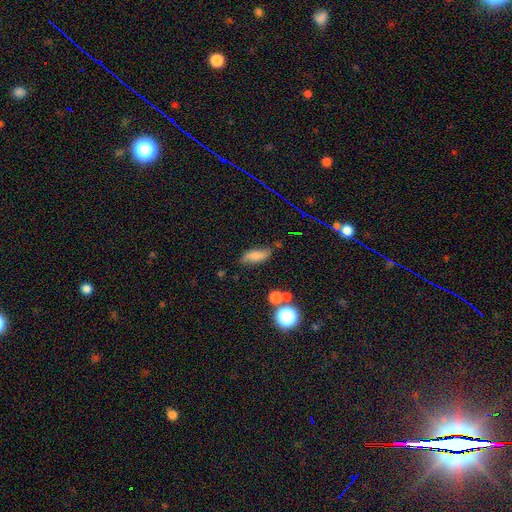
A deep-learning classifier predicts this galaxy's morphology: This is likely a smooth galaxy (75%). How rounded: possibly in between (60%). Merging: likely none (71%).